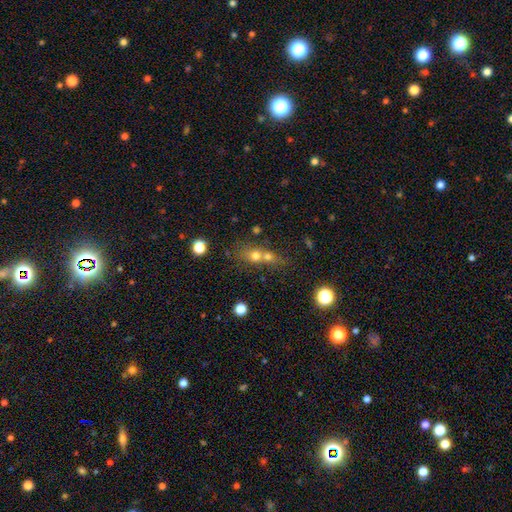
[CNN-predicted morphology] This is likely a smooth galaxy (66%). How rounded: likely round (62%). Merging: possibly merger (59%).